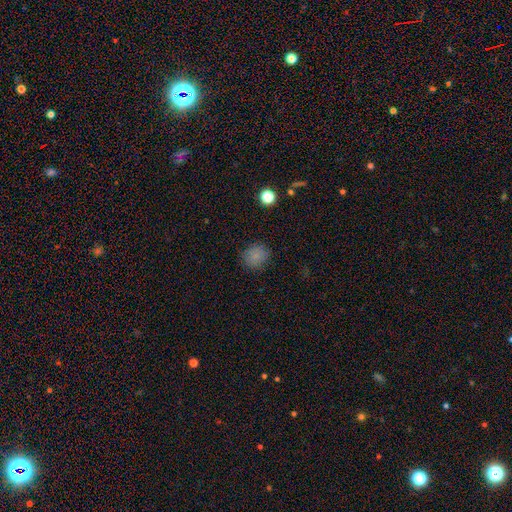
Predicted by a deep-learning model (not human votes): Morphology: type=smooth (81%); roundness=round (75%); merging=none (84%).